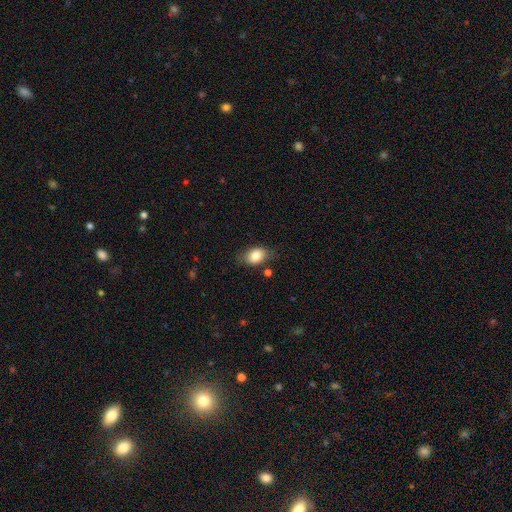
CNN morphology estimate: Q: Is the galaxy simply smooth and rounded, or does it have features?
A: smooth — 82%.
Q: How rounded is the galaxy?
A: in between — 80%.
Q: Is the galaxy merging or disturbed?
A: none — 73%.